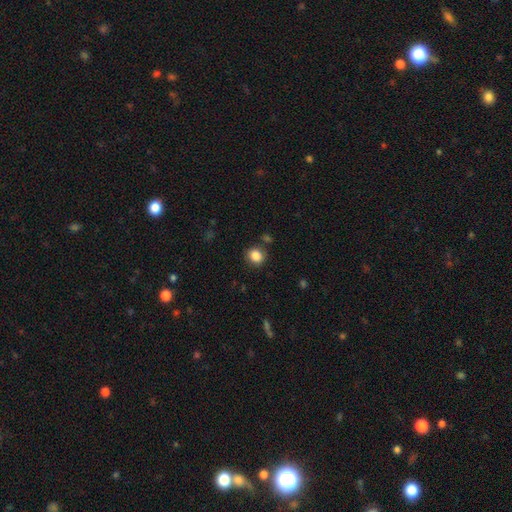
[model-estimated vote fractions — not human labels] A smooth galaxy with no disk features (86%) that is round (74%).

Vote fractions:
- Smooth or featured? smooth: 86% / star or artifact: 10% / featured or disk: 4%
- How rounded? round: 74% / in between: 25% / cigar-shaped: 1%
- Merging? none: 83% / minor disturbance: 10% / merger: 4% / major disturbance: 3%